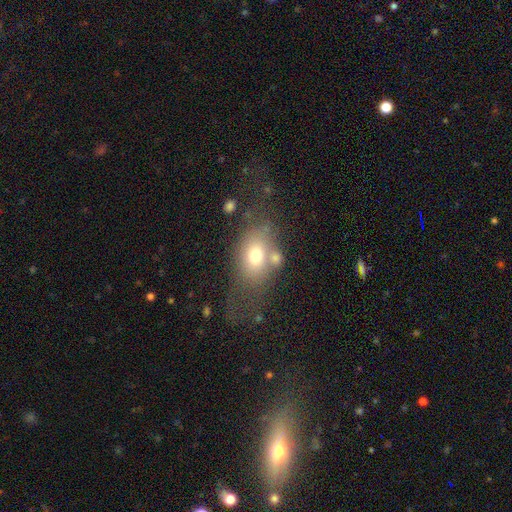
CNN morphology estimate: Overall: smooth (67%). How rounded: in between (75%). Merging: none (38%; major disturbance 23%).